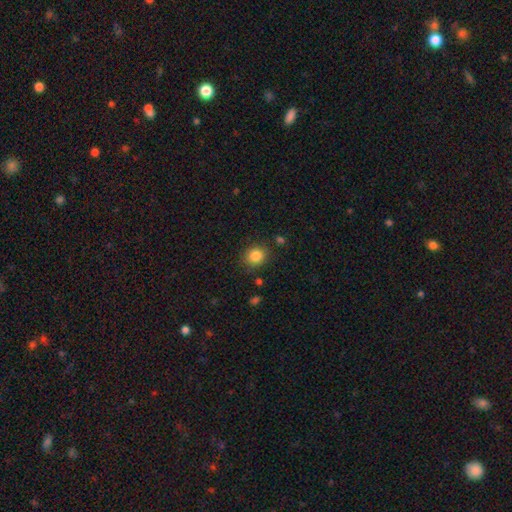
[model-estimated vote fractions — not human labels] Smooth or featured? Predicted: smooth (p=0.84). How rounded? Predicted: round (p=0.79). Merging? Predicted: none (p=0.84).